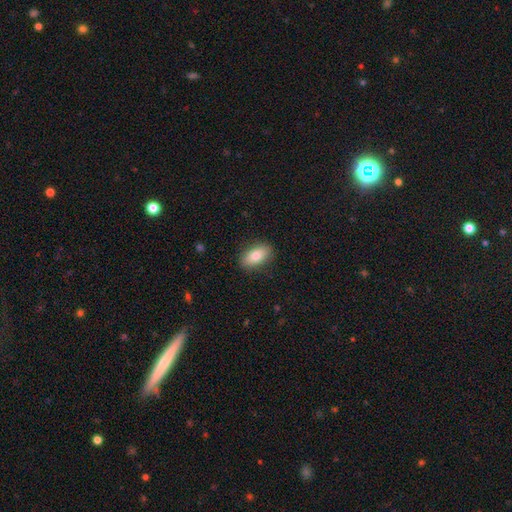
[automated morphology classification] smooth_or_featured: smooth (p=0.83) [alt: featured or disk p=0.10]
how_rounded: in between (p=0.89) [alt: cigar-shaped p=0.06]
merging: none (p=0.87) [alt: minor disturbance p=0.09]